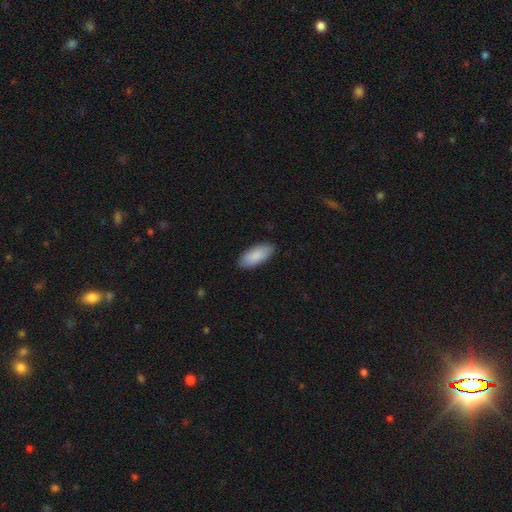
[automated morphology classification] smooth-or-featured: smooth: 89% | featured or disk: 6% | star or artifact: 5%
  how-rounded: in between: 88% | cigar-shaped: 11% | round: 2%
  merging: none: 87% | minor disturbance: 10% | major disturbance: 2% | merger: 1%